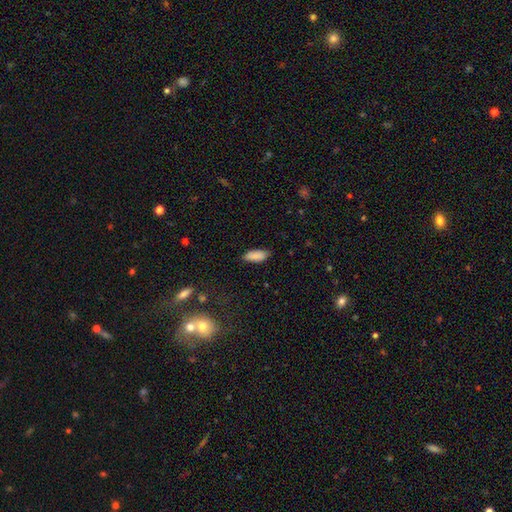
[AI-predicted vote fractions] This appears to be a smooth galaxy with no disk features (87%) that is in between round and cigar-shaped (77%). Merging: none (82%).